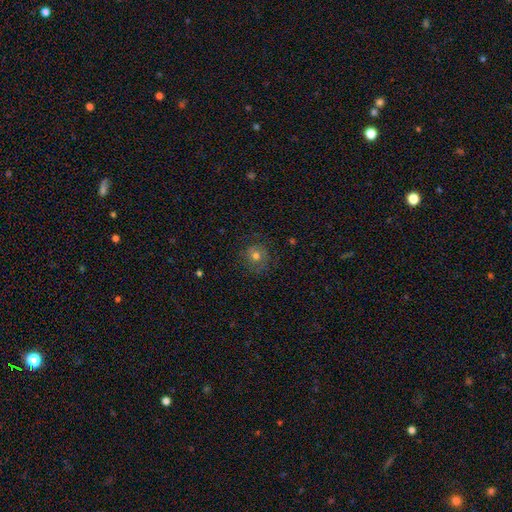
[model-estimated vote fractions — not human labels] Q: Smooth or featured?
A: smooth (71%); runner-up: featured or disk (15%)
Q: How rounded?
A: round (91%); runner-up: in between (9%)
Q: Merging?
A: none (80%); runner-up: minor disturbance (13%)